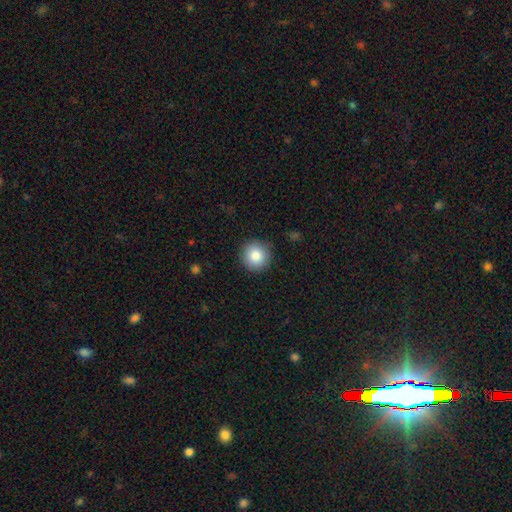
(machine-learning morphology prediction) smooth 85%, star or artifact 9%, featured or disk 6%. Down the decision tree: how rounded — round (94%); merging — none (90%).